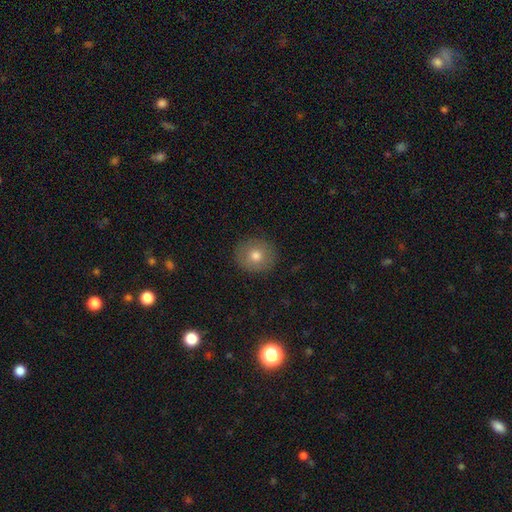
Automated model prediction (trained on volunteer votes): The model was most divided on "smooth or featured": smooth: 74%, featured or disk: 16%, star or artifact: 10%. More confident: merging — none (90%); how rounded — round (85%).